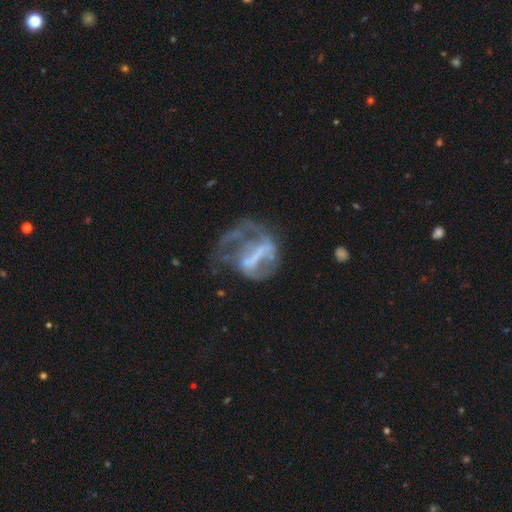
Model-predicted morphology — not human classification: Smooth or featured?
  - featured or disk: 69% *
  - smooth: 20%
  - star or artifact: 12%
Edge-on disk?
  - no: 96% *
  - yes: 4%
Bar?
  - strong: 39% *
  - no: 31%
  - weak: 30%
Spiral arms?
  - no: 55% *
  - yes: 45%
Bulge size?
  - none: 57% *
  - small: 20%
  - moderate: 16%
  - large: 6%
  - dominant: 2%
Merging?
  - major disturbance: 48% *
  - none: 29%
  - minor disturbance: 18%
  - merger: 6%